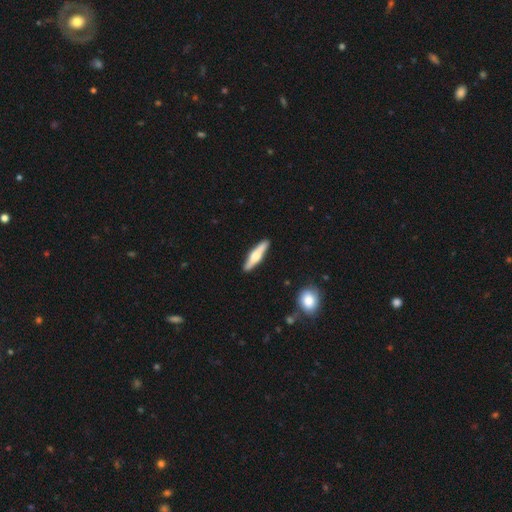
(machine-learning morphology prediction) A featured or disk galaxy (55%) viewed edge-on (95%) with a rounded central bulge (90%). Merging: none (90%).